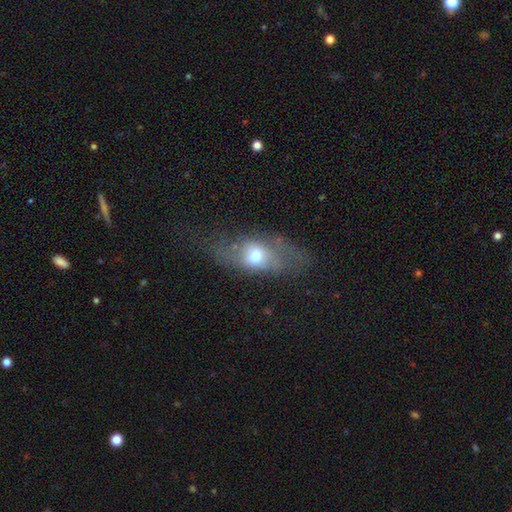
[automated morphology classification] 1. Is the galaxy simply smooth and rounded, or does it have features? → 53% smooth, 37% featured or disk, 10% star or artifact.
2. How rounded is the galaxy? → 79% in between, 12% round, 10% cigar-shaped.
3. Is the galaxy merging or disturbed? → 51% none, 23% minor disturbance, 23% major disturbance, 3% merger.